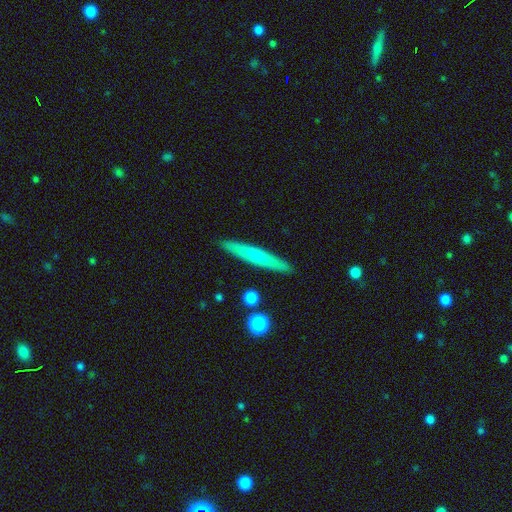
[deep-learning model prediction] A featured or disk galaxy (50%). Merging: none (89%).